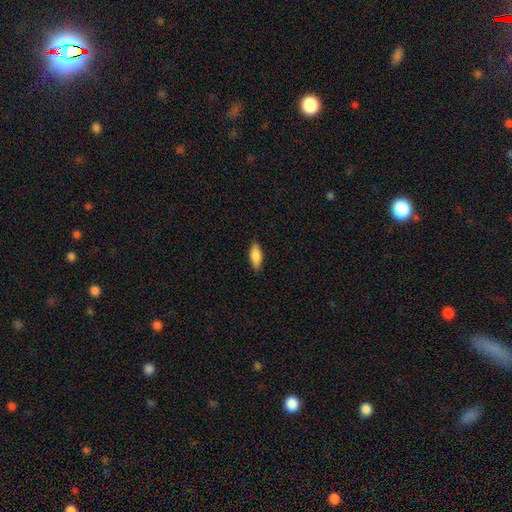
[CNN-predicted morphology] The model was most divided on "how rounded": in between: 79%, cigar-shaped: 19%, round: 2%. More confident: smooth or featured — smooth (88%); merging — none (88%).